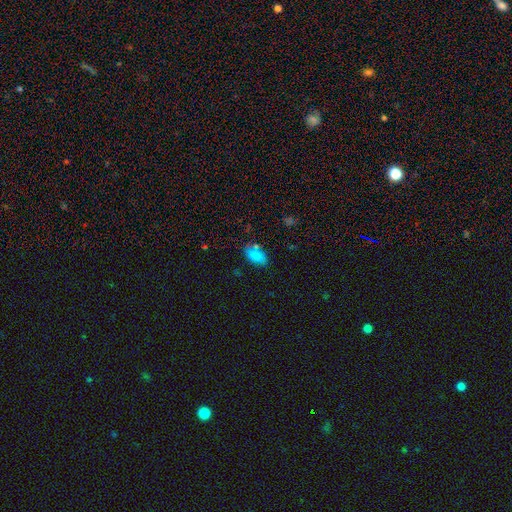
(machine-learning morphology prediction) Smooth or featured? smooth (81%)
How rounded? in between (91%)
Merging? none (66%)